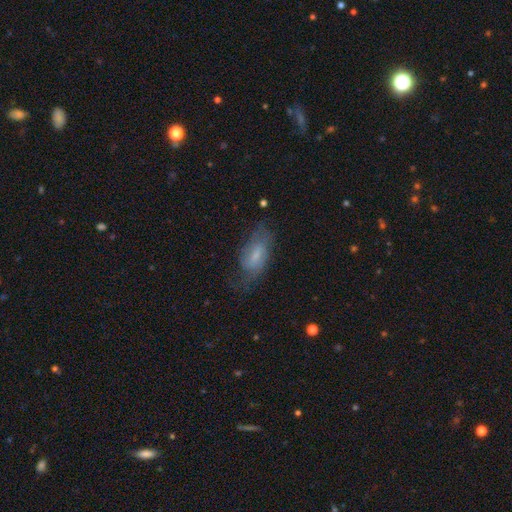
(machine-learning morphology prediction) Overall: featured or disk (46%; smooth 45%). Merging: none (55%; minor disturbance 26%).